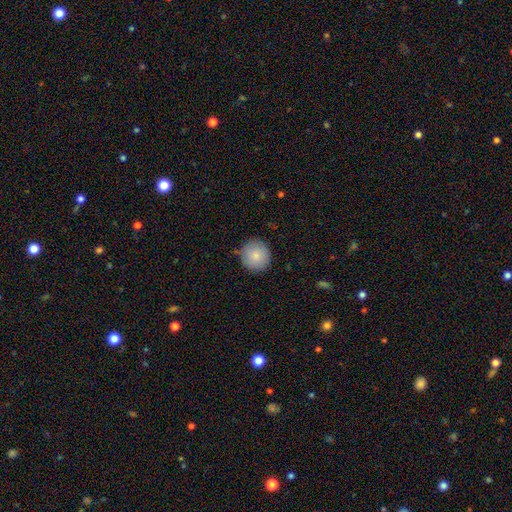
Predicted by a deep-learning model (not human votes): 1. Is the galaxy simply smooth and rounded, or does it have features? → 85% smooth, 8% featured or disk, 7% star or artifact.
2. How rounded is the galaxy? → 93% round, 6% in between, 1% cigar-shaped.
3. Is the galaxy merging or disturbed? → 86% none, 10% minor disturbance, 2% major disturbance, 1% merger.